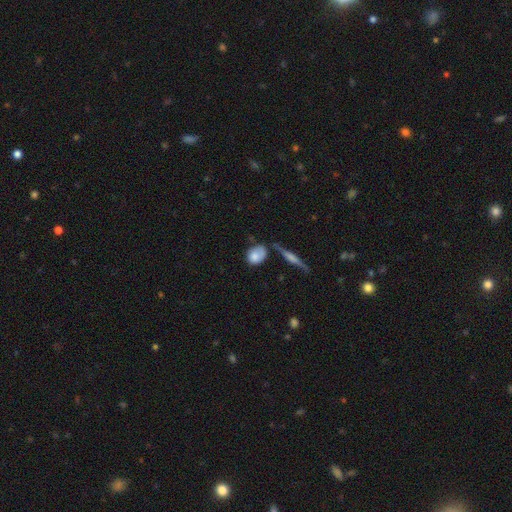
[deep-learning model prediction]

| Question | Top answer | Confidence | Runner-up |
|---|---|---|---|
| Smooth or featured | smooth | 77% | featured or disk (16%) |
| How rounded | in between | 60% | round (35%) |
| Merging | none | 46% | minor disturbance (29%) |